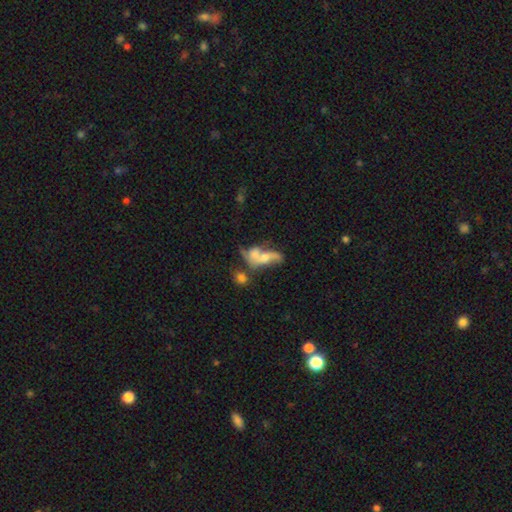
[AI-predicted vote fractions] This appears to be a featured or disk galaxy (49%). Merging: merger (52%).